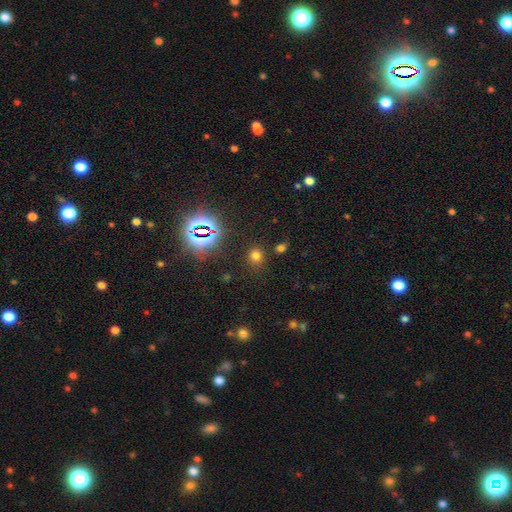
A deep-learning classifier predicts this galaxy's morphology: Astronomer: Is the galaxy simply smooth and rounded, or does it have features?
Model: smooth — 66%.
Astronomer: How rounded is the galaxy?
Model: round — 70%.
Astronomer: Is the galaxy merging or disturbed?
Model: none — 80%.